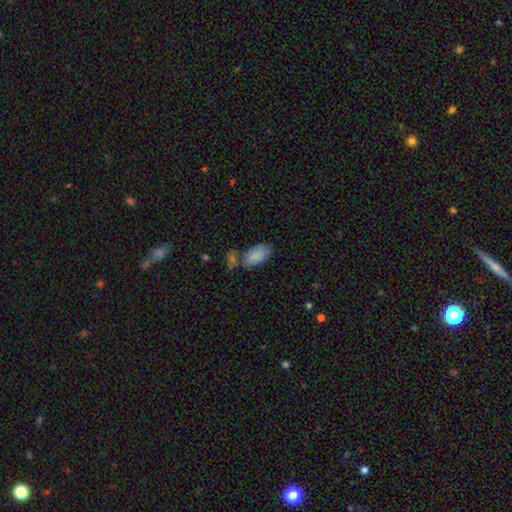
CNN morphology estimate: Smooth or featured: smooth — 85% (featured or disk — 9%)
How rounded: in between — 95% (cigar-shaped — 3%)
Merging: none — 53% (minor disturbance — 20%)